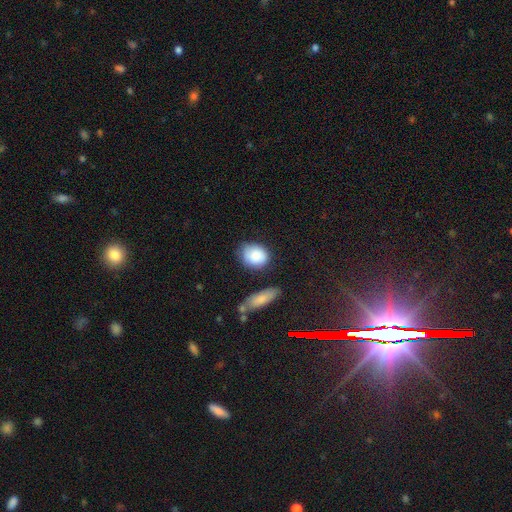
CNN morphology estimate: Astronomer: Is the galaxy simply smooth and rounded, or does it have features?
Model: smooth — 85%.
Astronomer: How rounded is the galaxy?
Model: in between — 51% (runner-up: round, 47%).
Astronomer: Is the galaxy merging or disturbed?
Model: none — 64%.